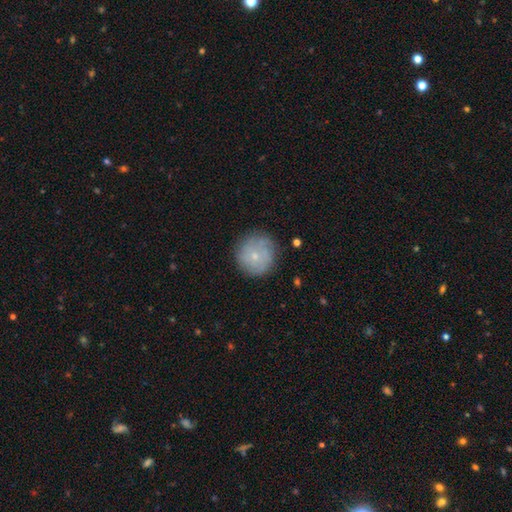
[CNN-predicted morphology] type=smooth (63%); roundness=round (93%); merging=none (77%).